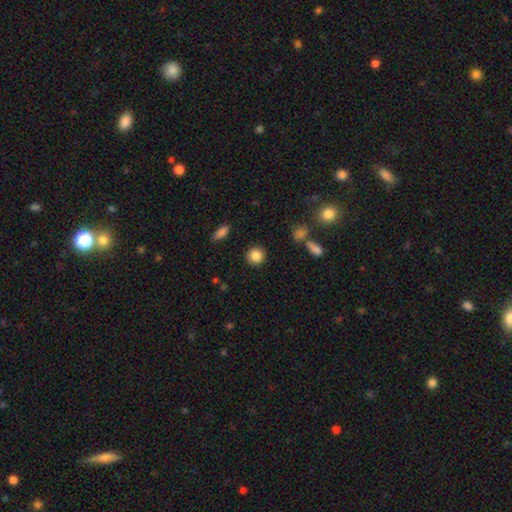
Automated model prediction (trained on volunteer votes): A smooth galaxy with no disk features (86%) that is round (89%). Merging: none (88%).